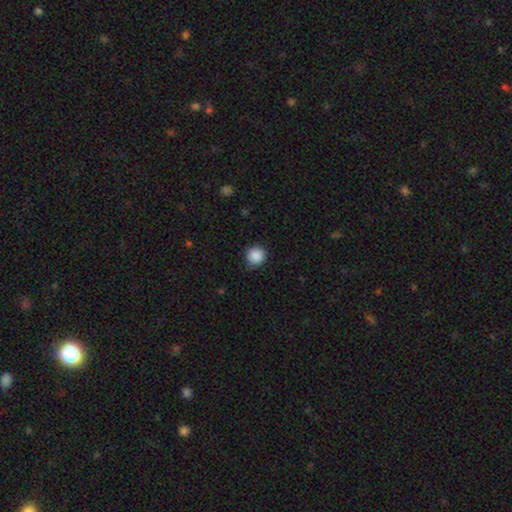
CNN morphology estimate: A smooth galaxy with no disk features (88%) that is round (92%).

Vote fractions:
- Smooth or featured? smooth: 88% / star or artifact: 9% / featured or disk: 2%
- How rounded? round: 92% / in between: 7% / cigar-shaped: 1%
- Merging? none: 85% / minor disturbance: 11% / major disturbance: 3% / merger: 1%